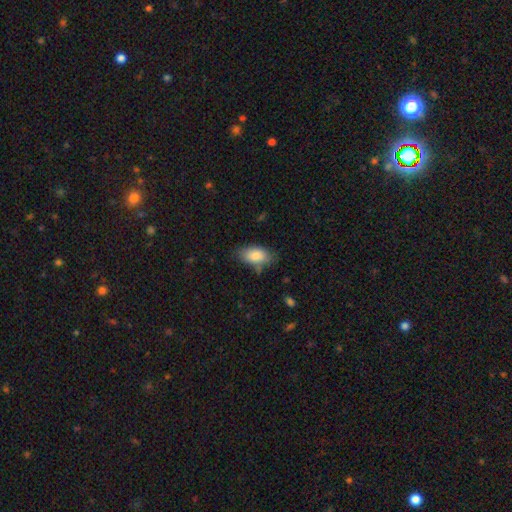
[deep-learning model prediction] Smooth or featured?
  - smooth: 85% *
  - featured or disk: 8%
  - star or artifact: 7%
How rounded?
  - in between: 92% *
  - cigar-shaped: 4%
  - round: 4%
Merging?
  - none: 69% *
  - minor disturbance: 22%
  - major disturbance: 5%
  - merger: 4%